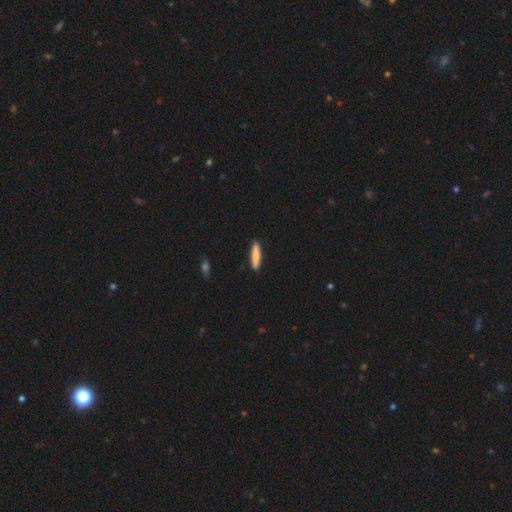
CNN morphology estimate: Overall: smooth (83%). How rounded: cigar-shaped (87%). Merging: none (90%).